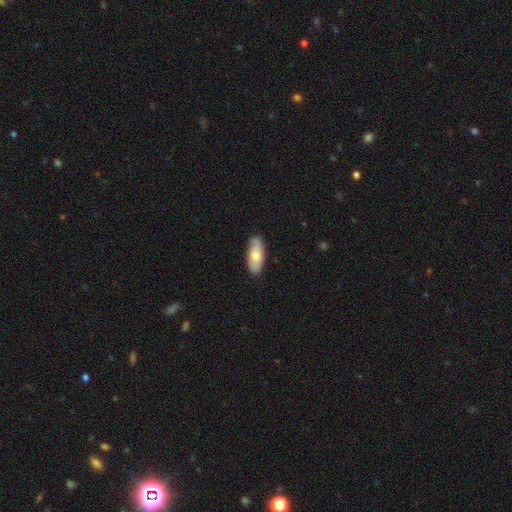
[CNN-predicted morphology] A smooth galaxy with no disk features (72%) that is in between round and cigar-shaped (85%).

Vote fractions:
- Smooth or featured? smooth: 72% / featured or disk: 22% / star or artifact: 6%
- How rounded? in between: 85% / cigar-shaped: 13% / round: 2%
- Merging? none: 82% / minor disturbance: 14% / major disturbance: 2% / merger: 1%